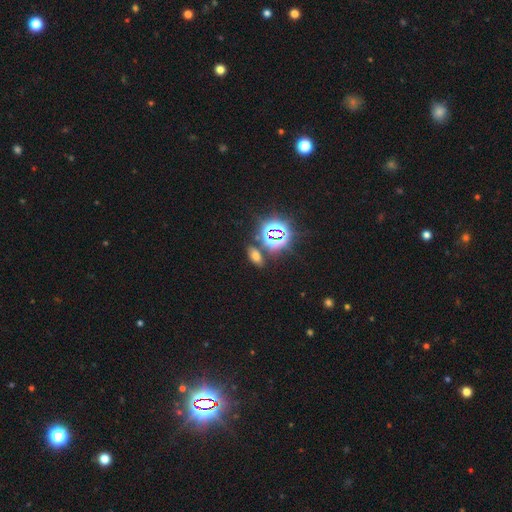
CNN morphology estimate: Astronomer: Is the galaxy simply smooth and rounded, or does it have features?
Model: smooth — 50% (runner-up: star or artifact, 40%).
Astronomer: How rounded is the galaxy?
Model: in between — 82%.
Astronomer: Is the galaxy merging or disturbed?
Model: none — 78%.